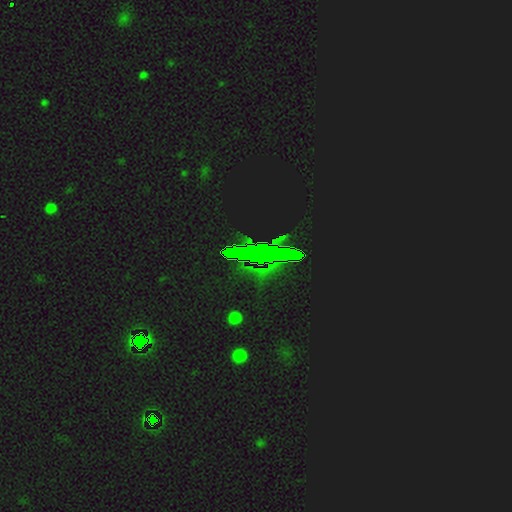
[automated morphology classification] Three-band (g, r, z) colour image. It shows a star or artifact, not a galaxy (76%).